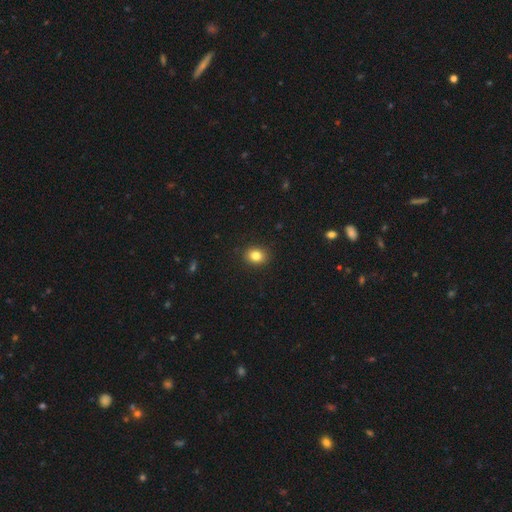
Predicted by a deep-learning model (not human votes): A smooth galaxy with no disk features (83%) that is round (52%).

Vote fractions:
- Smooth or featured? smooth: 83% / star or artifact: 10% / featured or disk: 6%
- How rounded? round: 52% / in between: 47% / cigar-shaped: 1%
- Merging? none: 89% / minor disturbance: 8% / major disturbance: 2% / merger: 1%